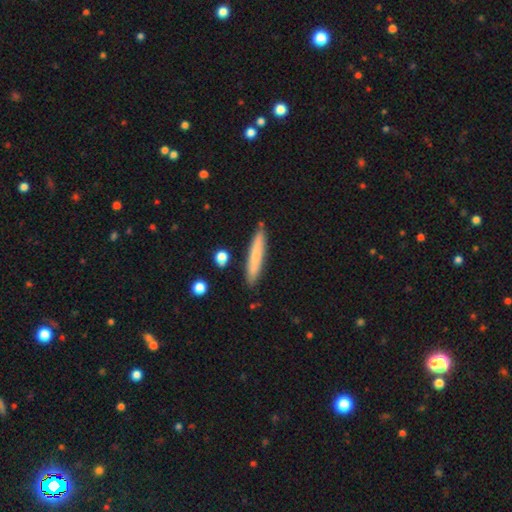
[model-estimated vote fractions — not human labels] A smooth galaxy with no disk features (68%) that is cigar-shaped (92%). Merging: none (86%).